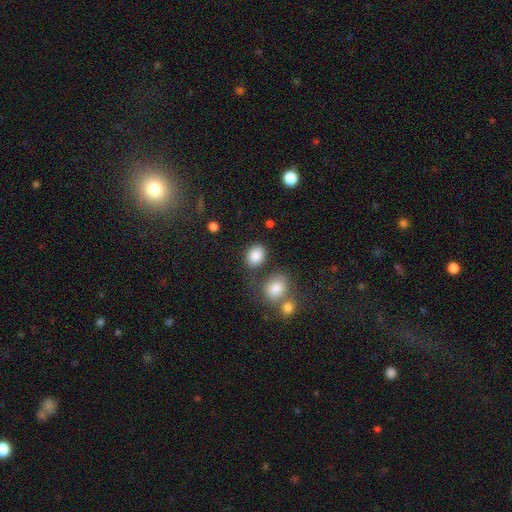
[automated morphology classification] Smooth or featured? smooth (86%)
How rounded? in between (59%)
Merging? none (69%)